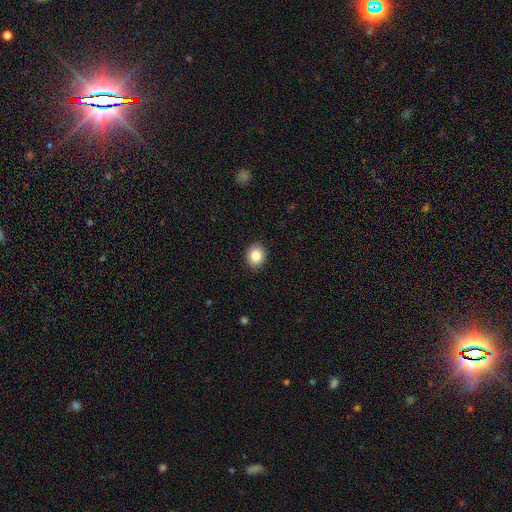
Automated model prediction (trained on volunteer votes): Smooth or featured? Predicted: smooth (p=0.86). How rounded? Predicted: round (p=0.66). Merging? Predicted: none (p=0.89).